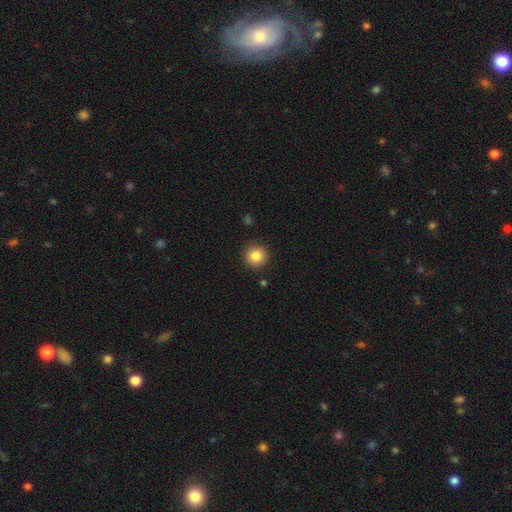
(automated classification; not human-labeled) This appears to be a smooth galaxy with no disk features (84%) that is round (95%). Merging: none (91%).